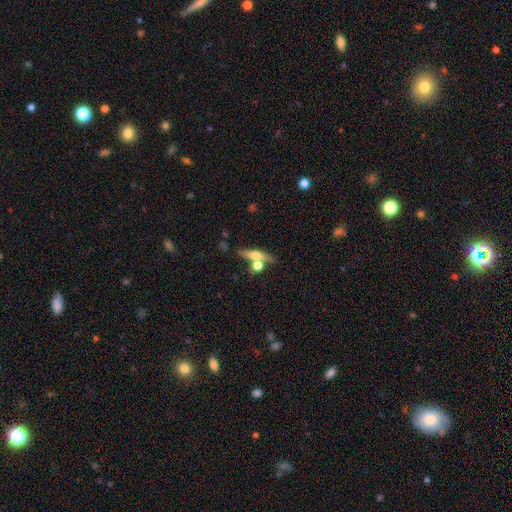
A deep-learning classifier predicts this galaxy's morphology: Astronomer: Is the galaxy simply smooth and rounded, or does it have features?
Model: featured or disk — 49% (runner-up: smooth, 42%).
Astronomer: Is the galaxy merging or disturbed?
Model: none — 60%.